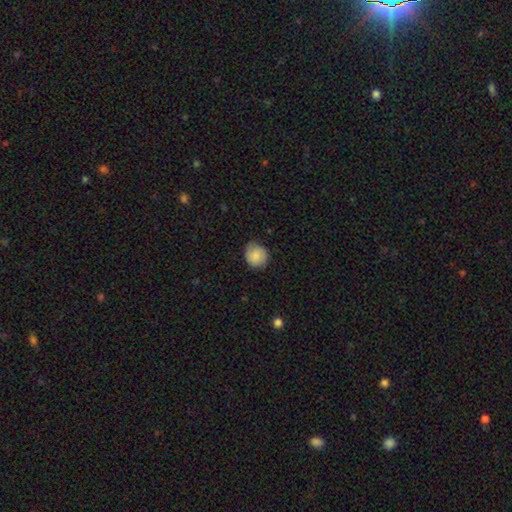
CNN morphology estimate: type=smooth (84%); roundness=round (82%); merging=none (79%).